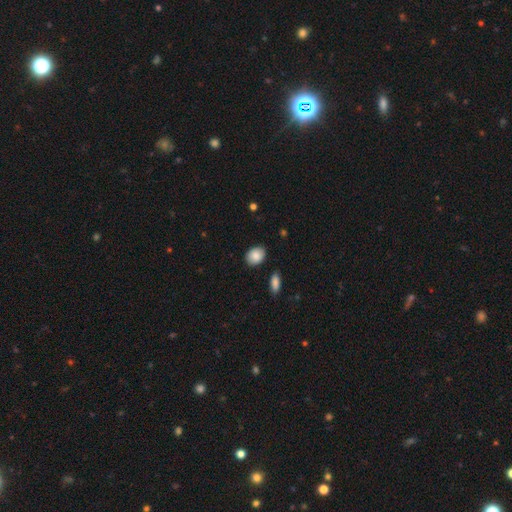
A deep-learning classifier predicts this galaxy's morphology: A smooth galaxy with no disk features (87%) that is in between round and cigar-shaped (68%). Merging: none (85%).